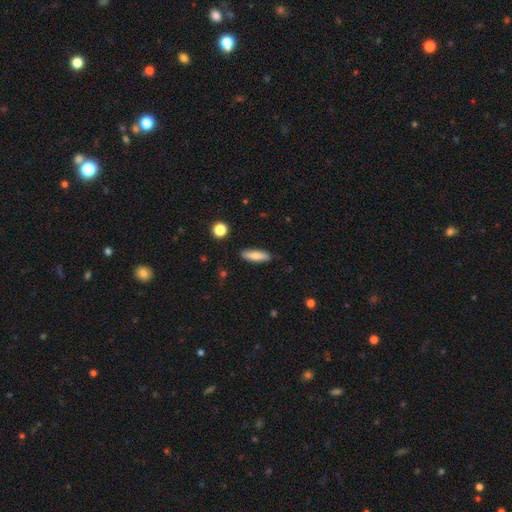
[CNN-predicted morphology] This appears to be a smooth galaxy with no disk features (75%) that is cigar-shaped (54%). Merging: none (88%).